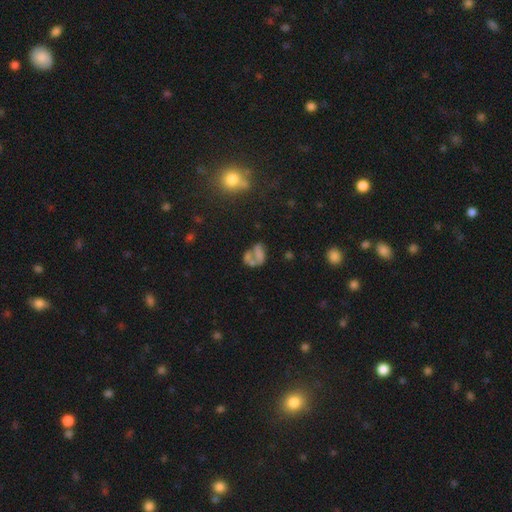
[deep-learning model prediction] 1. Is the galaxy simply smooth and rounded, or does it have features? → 45% smooth, 37% featured or disk, 18% star or artifact.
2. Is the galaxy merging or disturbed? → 45% merger, 22% none, 20% major disturbance, 13% minor disturbance.